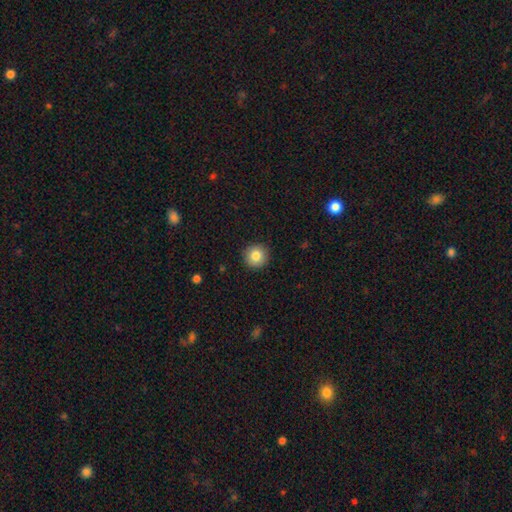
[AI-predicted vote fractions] Smooth or featured?
  - smooth: 84% *
  - star or artifact: 9%
  - featured or disk: 7%
How rounded?
  - round: 94% *
  - in between: 5%
  - cigar-shaped: 1%
Merging?
  - none: 92% *
  - minor disturbance: 6%
  - major disturbance: 2%
  - merger: 1%